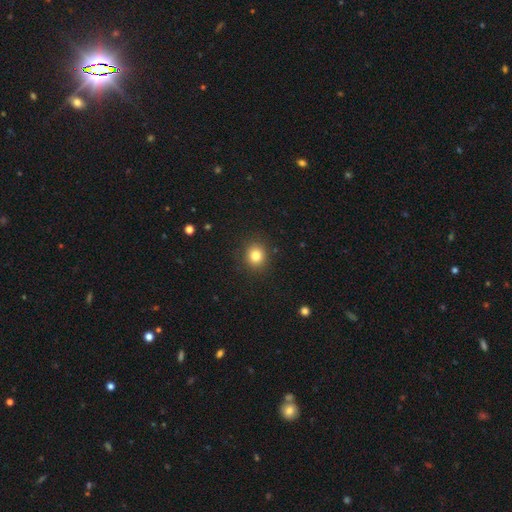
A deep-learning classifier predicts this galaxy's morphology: smooth 82%, star or artifact 11%, featured or disk 6%. Down the decision tree: how rounded — round (83%); merging — none (90%).